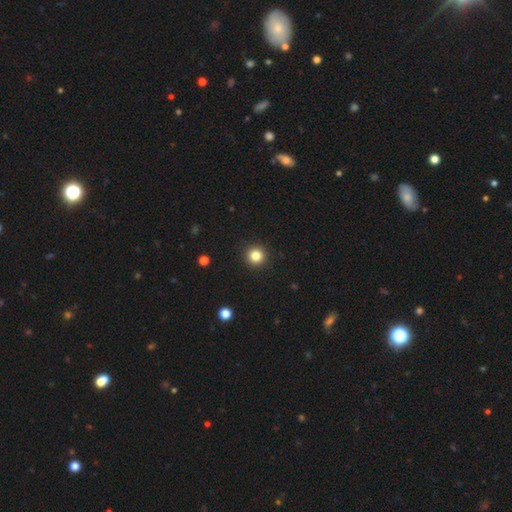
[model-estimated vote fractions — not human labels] smooth 83%, star or artifact 12%, featured or disk 5%. Down the decision tree: how rounded — round (95%); merging — none (92%).